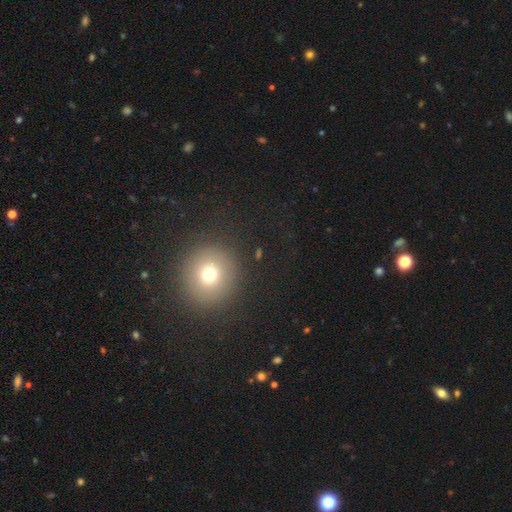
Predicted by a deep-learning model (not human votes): smooth 66%, star or artifact 24%, featured or disk 9%. Down the decision tree: how rounded — round (93%); merging — none (90%).